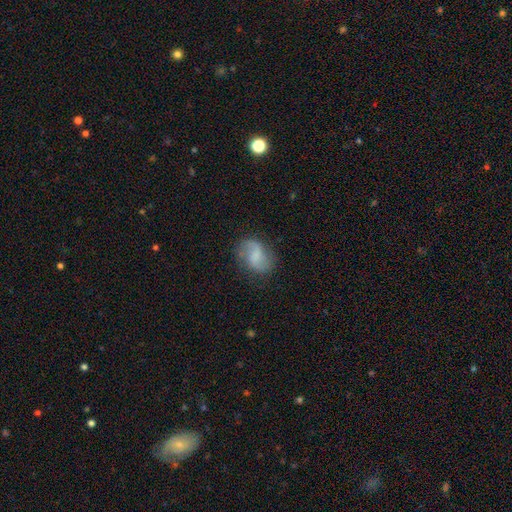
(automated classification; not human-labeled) smooth_or_featured: featured or disk (p=0.67) [alt: smooth p=0.26]
disk_edge_on: no (p=0.98) [alt: yes p=0.02]
bar: weak (p=0.51) [alt: no p=0.34]
has_spiral_arms: yes (p=0.93) [alt: no p=0.07]
spiral_winding: loose (p=0.55) [alt: medium p=0.35]
spiral_arm_count: 2 (p=0.89) [alt: can't tell p=0.04]
bulge_size: none (p=0.42) [alt: small p=0.30]
merging: none (p=0.75) [alt: minor disturbance p=0.17]